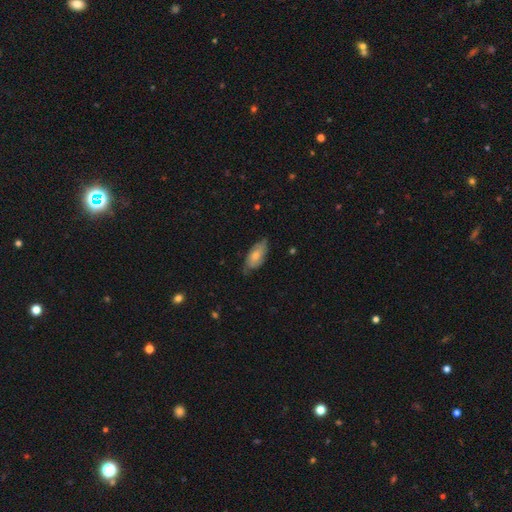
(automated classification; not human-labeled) Morphology: type=smooth (55%); roundness=in between (87%); merging=none (64%).